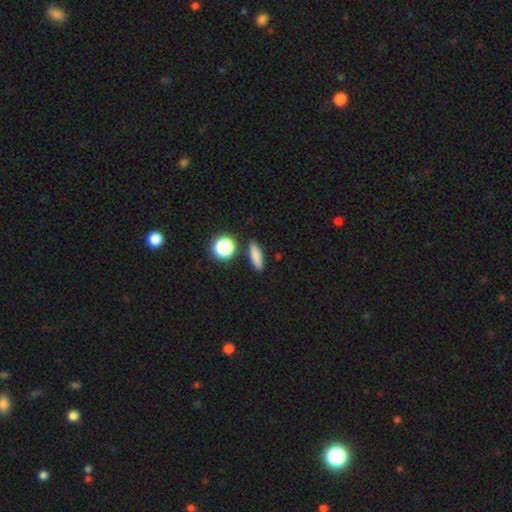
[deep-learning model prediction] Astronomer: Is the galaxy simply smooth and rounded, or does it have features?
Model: smooth — 81%.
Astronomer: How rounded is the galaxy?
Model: cigar-shaped — 51% (runner-up: in between, 37%).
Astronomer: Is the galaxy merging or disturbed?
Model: none — 86%.